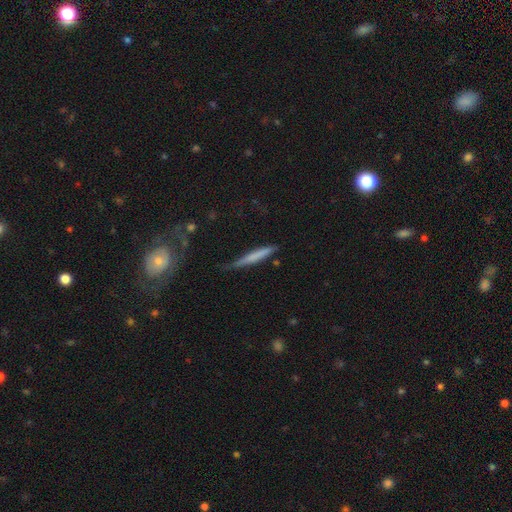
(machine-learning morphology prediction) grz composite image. It shows a smooth galaxy with no disk features (62%) that is cigar-shaped (95%). Merging: none (65%).